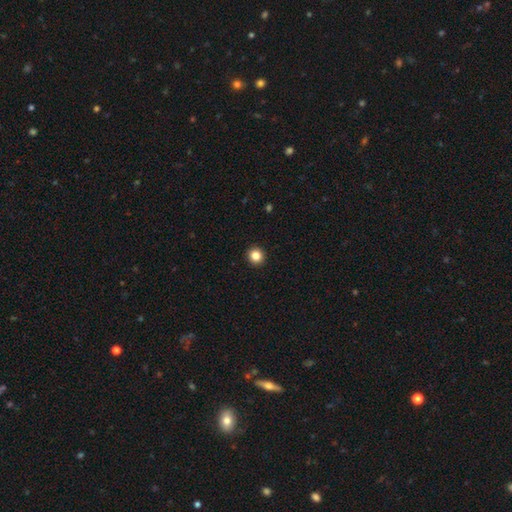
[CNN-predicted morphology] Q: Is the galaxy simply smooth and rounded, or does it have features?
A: smooth — 84%.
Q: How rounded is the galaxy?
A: round — 93%.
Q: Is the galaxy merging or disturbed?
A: none — 94%.